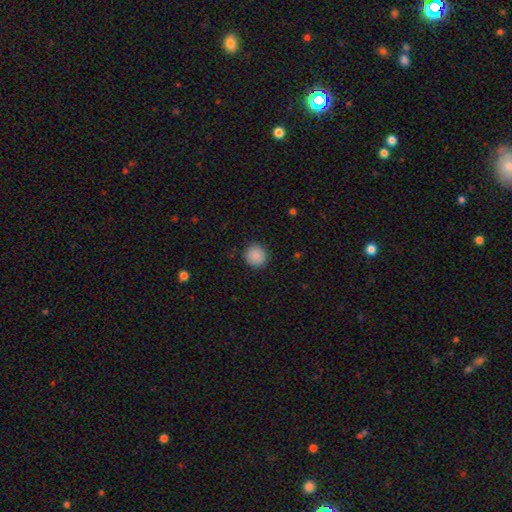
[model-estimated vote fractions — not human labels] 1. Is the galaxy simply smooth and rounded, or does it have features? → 89% smooth, 8% star or artifact, 3% featured or disk.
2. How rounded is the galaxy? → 93% round, 6% in between, 1% cigar-shaped.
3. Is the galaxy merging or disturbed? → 91% none, 6% minor disturbance, 2% major disturbance, 1% merger.